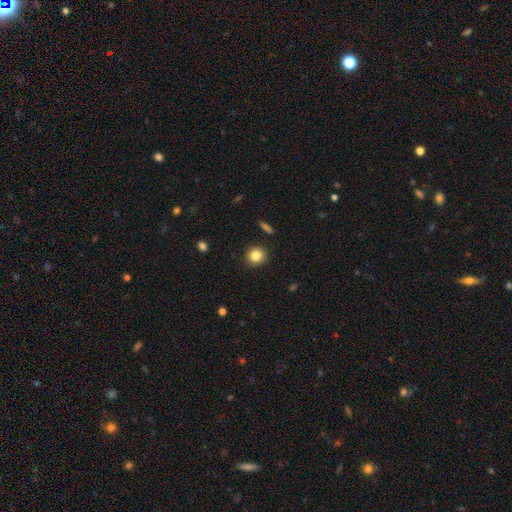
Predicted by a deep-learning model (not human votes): smooth-or-featured: smooth: 83% | star or artifact: 10% | featured or disk: 6%
  how-rounded: round: 89% | in between: 10% | cigar-shaped: 1%
  merging: none: 91% | minor disturbance: 6% | major disturbance: 2% | merger: 1%